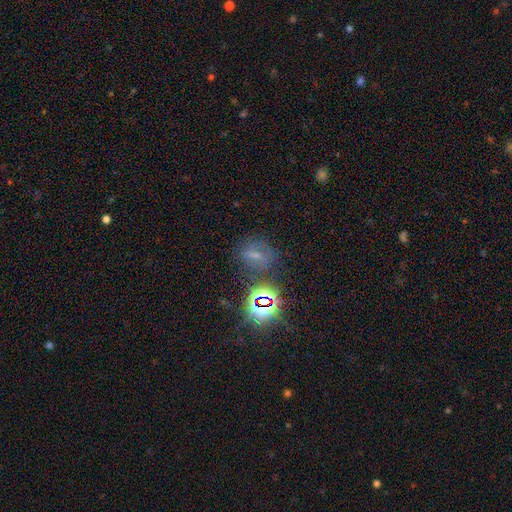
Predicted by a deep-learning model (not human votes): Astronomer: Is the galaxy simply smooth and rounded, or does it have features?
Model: star or artifact — 45% (runner-up: smooth, 34%).